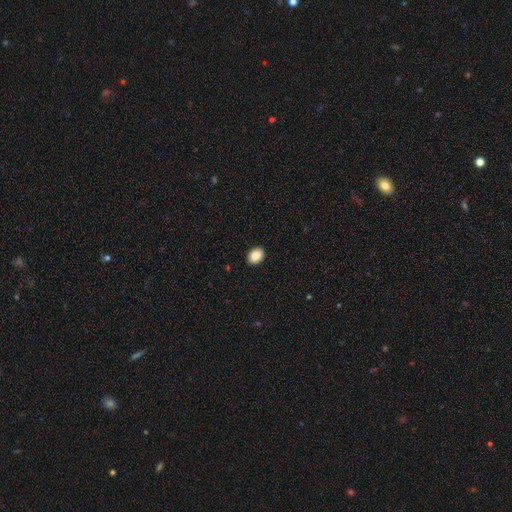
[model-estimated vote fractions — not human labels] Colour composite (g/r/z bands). It shows a smooth galaxy with no disk features (86%) that is in between round and cigar-shaped (62%). Merging: none (91%).